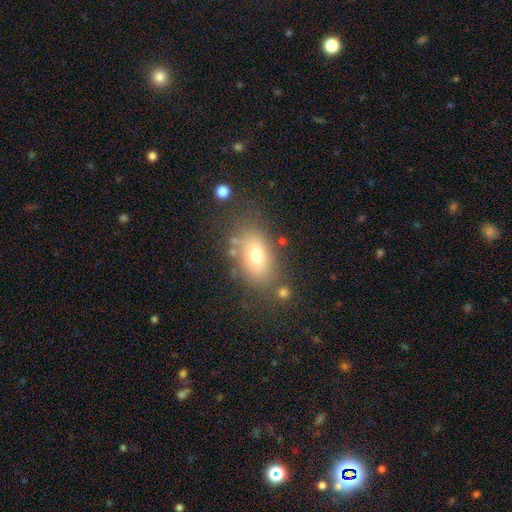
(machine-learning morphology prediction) A smooth galaxy with no disk features (70%) that is in between round and cigar-shaped (84%).

Vote fractions:
- Smooth or featured? smooth: 70% / featured or disk: 18% / star or artifact: 12%
- How rounded? in between: 84% / round: 13% / cigar-shaped: 3%
- Merging? none: 73% / minor disturbance: 14% / merger: 6% / major disturbance: 6%